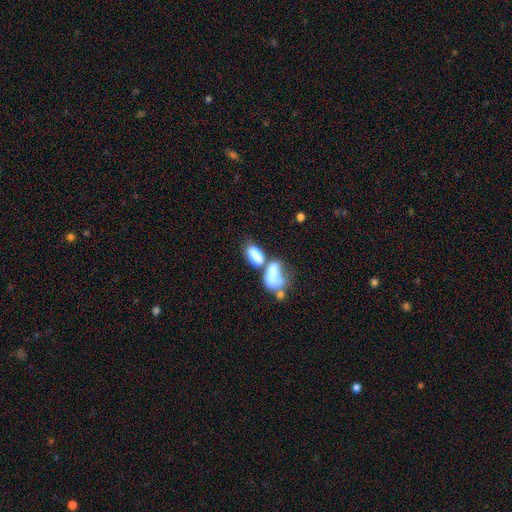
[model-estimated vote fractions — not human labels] Smooth or featured?
  - smooth: 74% *
  - featured or disk: 17%
  - star or artifact: 9%
How rounded?
  - in between: 90% *
  - round: 6%
  - cigar-shaped: 4%
Merging?
  - merger: 63% *
  - none: 18%
  - major disturbance: 10%
  - minor disturbance: 8%